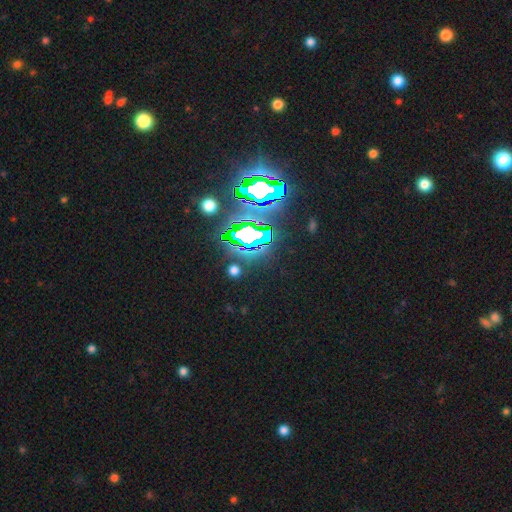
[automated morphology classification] This appears to be a star or artifact, not a galaxy (80%).